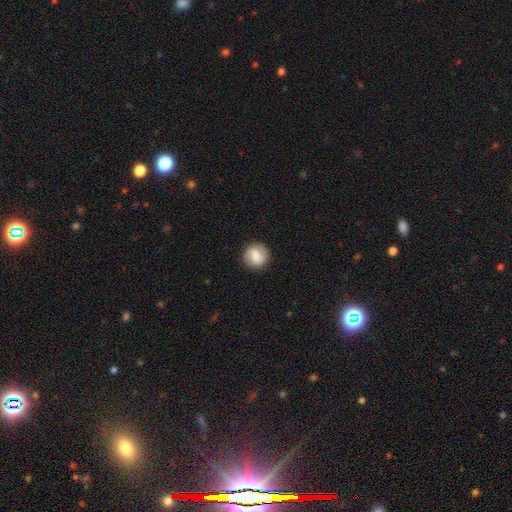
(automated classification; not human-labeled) This is possibly a smooth galaxy (53%). How rounded: clearly round (89%). Merging: clearly none (86%).